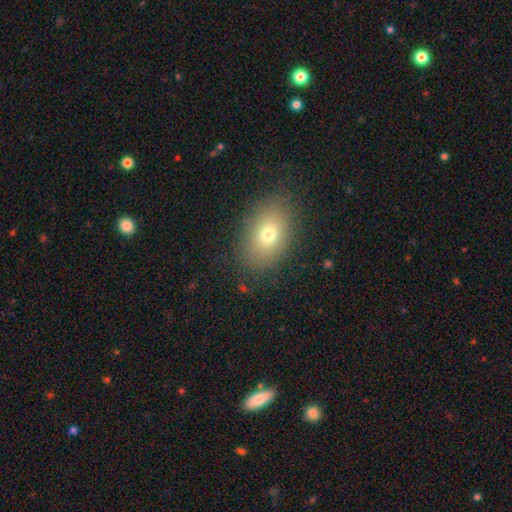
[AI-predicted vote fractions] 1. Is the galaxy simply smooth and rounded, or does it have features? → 72% smooth, 15% featured or disk, 12% star or artifact.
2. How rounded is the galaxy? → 81% in between, 17% round, 1% cigar-shaped.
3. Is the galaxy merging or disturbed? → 86% none, 9% minor disturbance, 3% major disturbance, 1% merger.